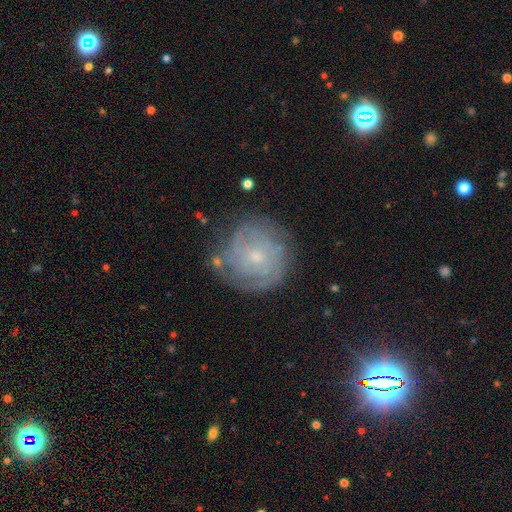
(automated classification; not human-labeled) Smooth or featured: featured or disk — 72% (smooth — 20%)
Edge-on disk: no — 97% (yes — 3%)
Bar: no — 73% (weak — 23%)
Spiral arms: yes — 88% (no — 12%)
Spiral winding: tight — 74% (medium — 20%)
Spiral arm count: can't tell — 46% (2 — 20%)
Bulge size: small — 67% (moderate — 28%)
Merging: none — 74% (minor disturbance — 17%)